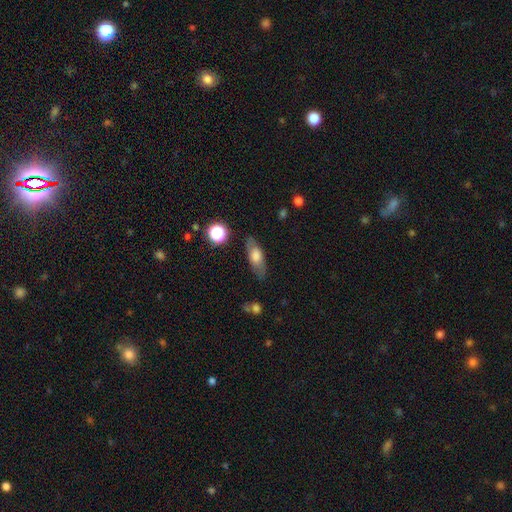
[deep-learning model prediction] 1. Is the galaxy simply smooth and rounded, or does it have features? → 62% smooth, 30% featured or disk, 8% star or artifact.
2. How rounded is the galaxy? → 68% in between, 27% cigar-shaped, 5% round.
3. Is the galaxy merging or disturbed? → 79% none, 15% minor disturbance, 4% major disturbance, 2% merger.